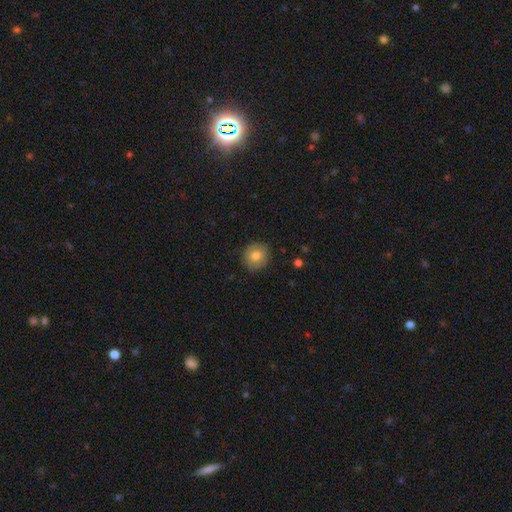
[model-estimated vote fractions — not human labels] smooth_or_featured: smooth (p=0.77) [alt: featured or disk p=0.15]
how_rounded: round (p=0.87) [alt: in between p=0.12]
merging: none (p=0.86) [alt: minor disturbance p=0.10]